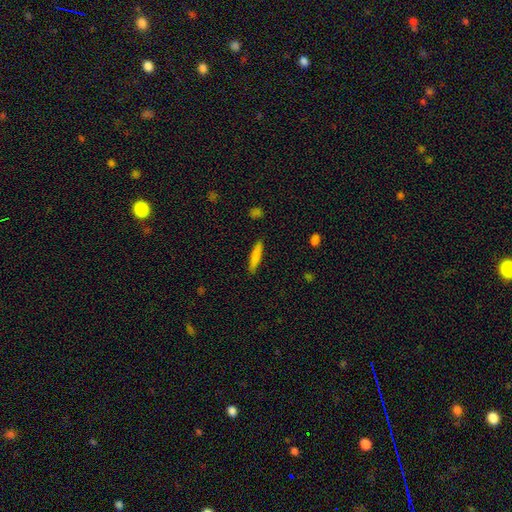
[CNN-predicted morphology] smooth-or-featured: smooth: 80% | featured or disk: 14% | star or artifact: 6%
  how-rounded: cigar-shaped: 88% | in between: 11% | round: 1%
  merging: none: 88% | minor disturbance: 8% | major disturbance: 2% | merger: 1%